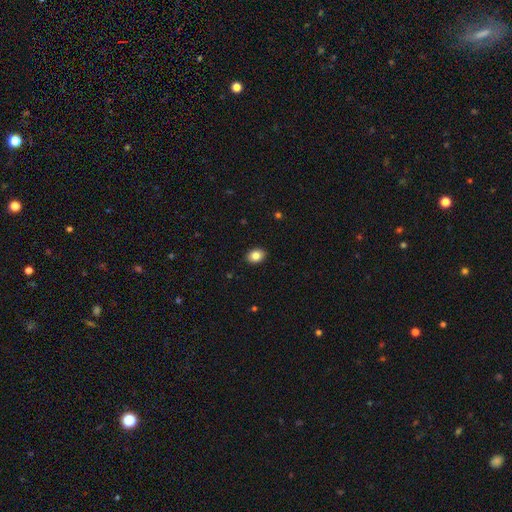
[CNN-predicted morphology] A smooth galaxy with no disk features (85%) that is in between round and cigar-shaped (70%).

Vote fractions:
- Smooth or featured? smooth: 85% / star or artifact: 8% / featured or disk: 7%
- How rounded? in between: 70% / round: 29% / cigar-shaped: 1%
- Merging? none: 90% / minor disturbance: 7% / major disturbance: 2% / merger: 1%